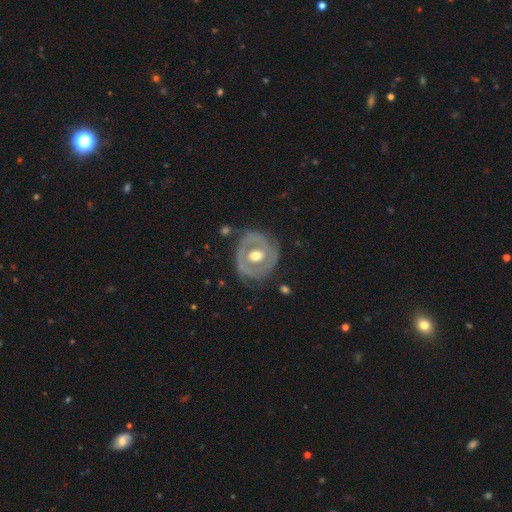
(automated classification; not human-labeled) Smooth or featured: featured or disk — 69% (smooth — 26%)
Edge-on disk: no — 96% (yes — 4%)
Bar: no — 75% (weak — 19%)
Spiral arms: no — 61% (yes — 39%)
Bulge size: moderate — 68% (large — 24%)
Merging: none — 69% (minor disturbance — 20%)